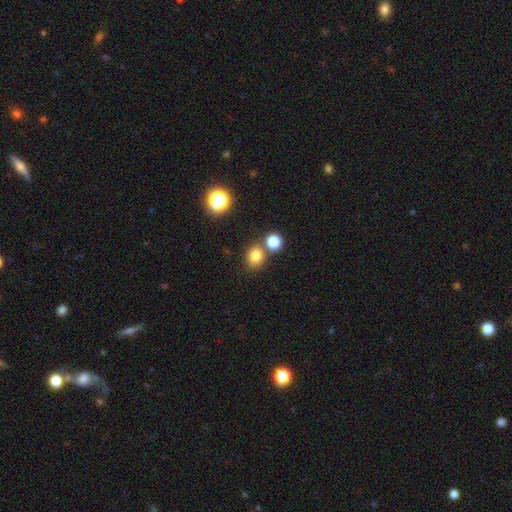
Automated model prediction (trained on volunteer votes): This is likely a smooth galaxy (79%). How rounded: likely round (64%). Merging: likely none (69%).